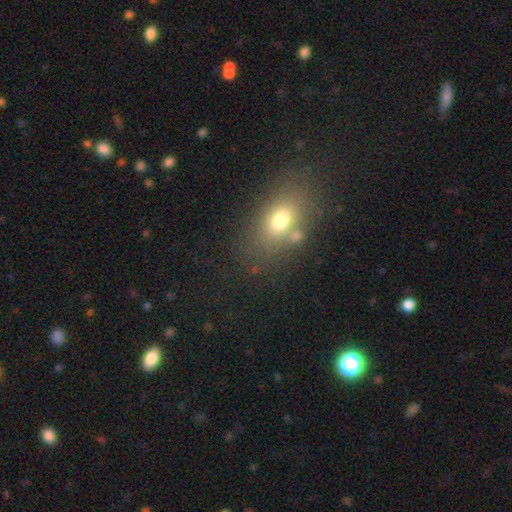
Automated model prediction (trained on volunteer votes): smooth_or_featured: smooth (p=0.66) [alt: star or artifact p=0.20]
how_rounded: in between (p=0.73) [alt: round p=0.23]
merging: none (p=0.73) [alt: minor disturbance p=0.11]